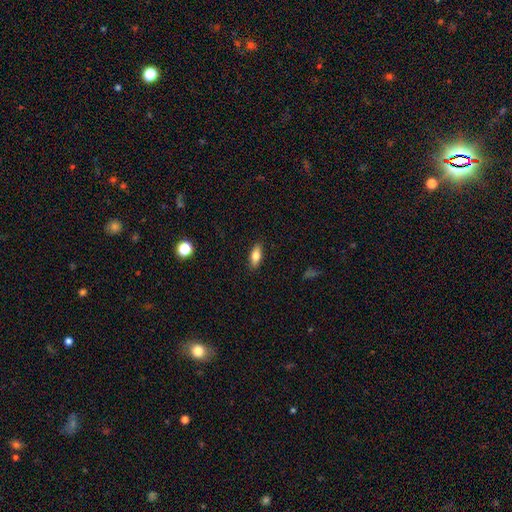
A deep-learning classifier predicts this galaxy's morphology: Q: Smooth or featured?
A: smooth (75%); runner-up: featured or disk (17%)
Q: How rounded?
A: in between (79%); runner-up: cigar-shaped (17%)
Q: Merging?
A: none (89%); runner-up: minor disturbance (8%)